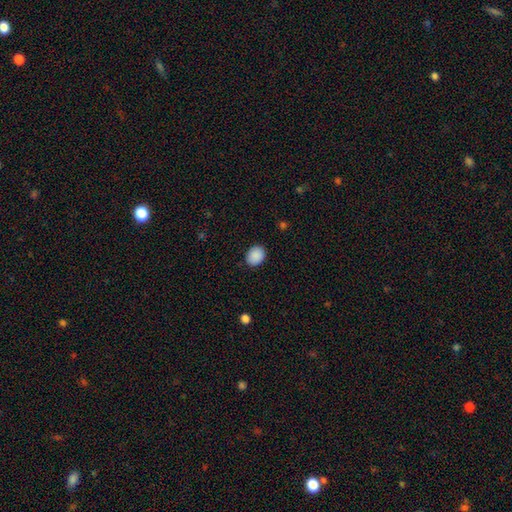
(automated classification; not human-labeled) smooth_or_featured: smooth (p=0.89) [alt: star or artifact p=0.08]
how_rounded: round (p=0.53) [alt: in between p=0.46]
merging: none (p=0.87) [alt: minor disturbance p=0.10]